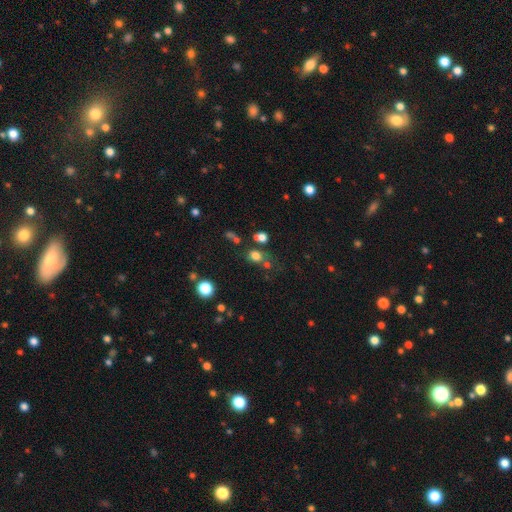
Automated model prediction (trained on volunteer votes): Overall: smooth (73%). How rounded: round (54%; in between 45%). Merging: none (63%).